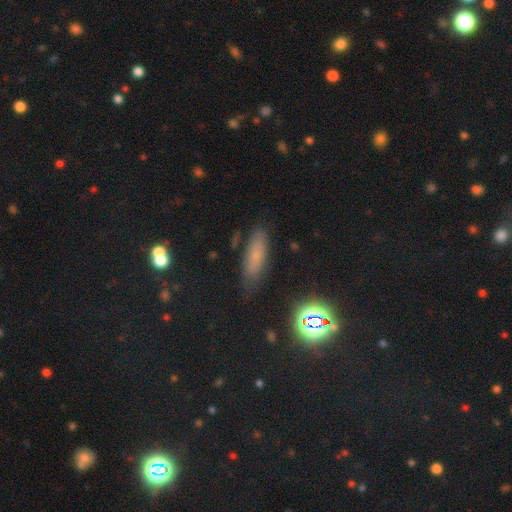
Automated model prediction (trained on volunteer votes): smooth_or_featured: smooth (p=0.63) [alt: star or artifact p=0.19]
how_rounded: cigar-shaped (p=0.49) [alt: in between p=0.47]
merging: none (p=0.77) [alt: minor disturbance p=0.16]